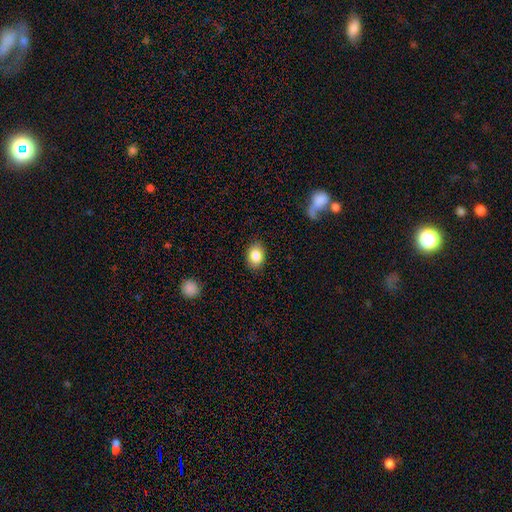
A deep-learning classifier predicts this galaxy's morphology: This is clearly a smooth galaxy (84%). How rounded: likely in between (70%). Merging: clearly none (88%).